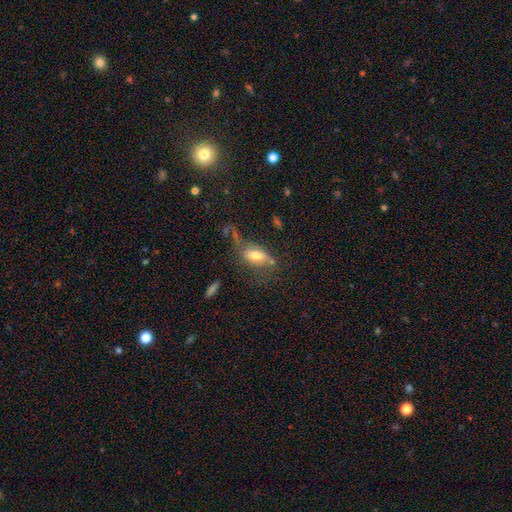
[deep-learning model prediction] smooth-or-featured: smooth: 63% | featured or disk: 26% | star or artifact: 11%
  how-rounded: in between: 83% | cigar-shaped: 11% | round: 6%
  merging: none: 44% | minor disturbance: 25% | major disturbance: 23% | merger: 9%